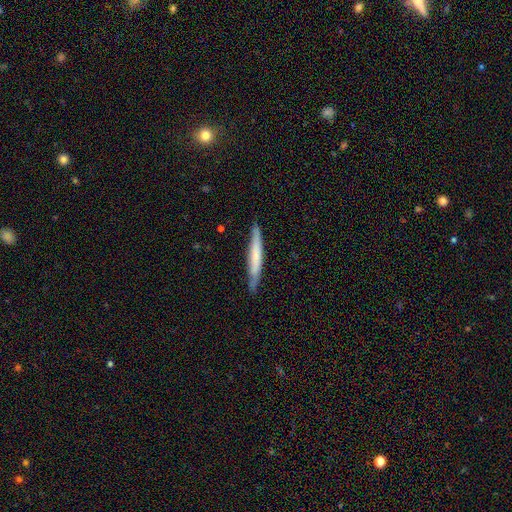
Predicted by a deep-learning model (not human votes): Overall: smooth (56%; featured or disk 39%). How rounded: cigar-shaped (95%). Merging: none (84%).